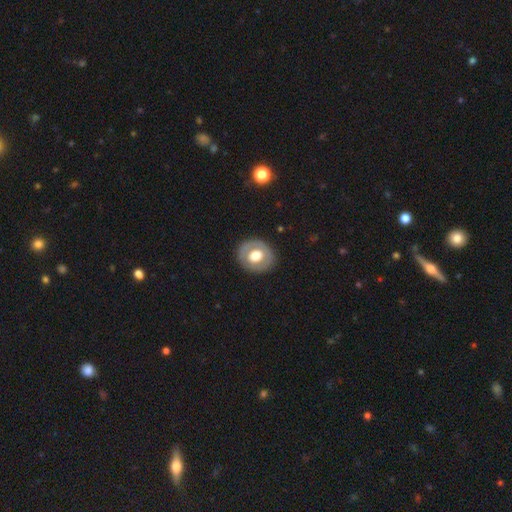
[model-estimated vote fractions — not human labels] smooth-or-featured: smooth: 50% | featured or disk: 43% | star or artifact: 6%
  how-rounded: round: 77% | in between: 22% | cigar-shaped: 1%
  merging: none: 85% | minor disturbance: 10% | major disturbance: 4% | merger: 1%